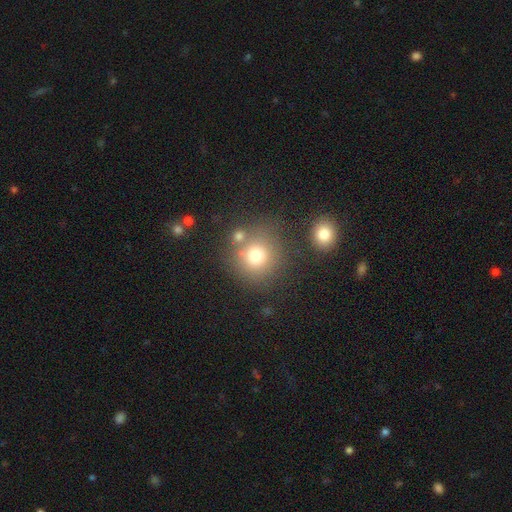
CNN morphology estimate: smooth 75%, star or artifact 14%, featured or disk 11%. Down the decision tree: how rounded — round (89%); merging — none (68%).